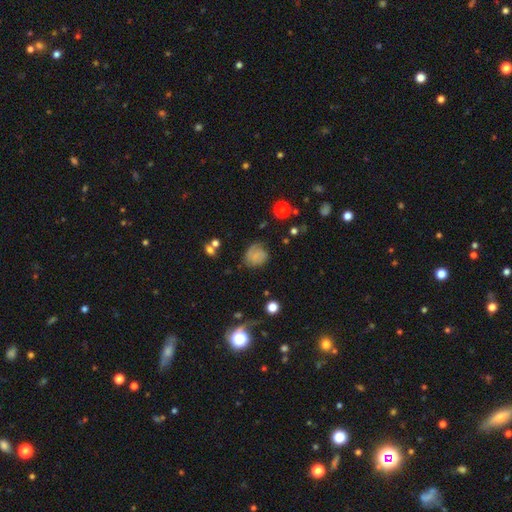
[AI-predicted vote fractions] Smooth or featured? Predicted: smooth (p=0.61). How rounded? Predicted: round (p=0.68). Merging? Predicted: none (p=0.54).